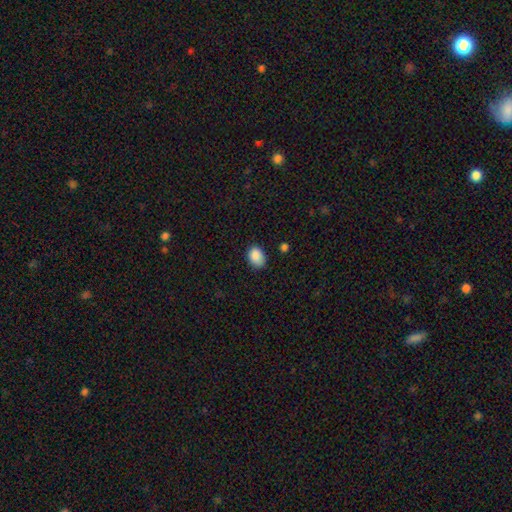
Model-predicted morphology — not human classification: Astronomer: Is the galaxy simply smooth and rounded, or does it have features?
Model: smooth — 88%.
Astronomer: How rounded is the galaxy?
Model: in between — 71%.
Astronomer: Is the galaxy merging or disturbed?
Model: none — 76%.